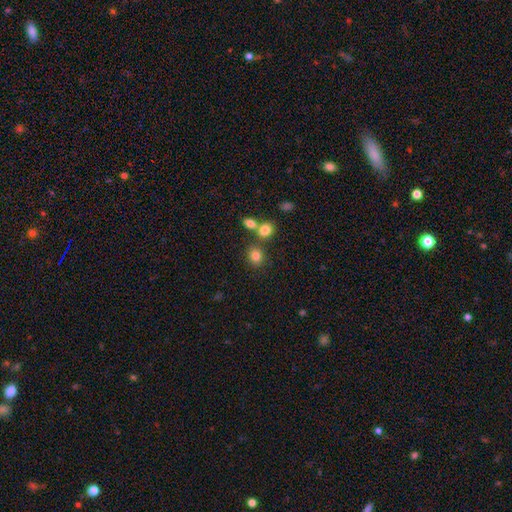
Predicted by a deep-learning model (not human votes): Q: Smooth or featured?
A: smooth (81%); runner-up: star or artifact (12%)
Q: How rounded?
A: round (71%); runner-up: in between (28%)
Q: Merging?
A: none (68%); runner-up: merger (19%)